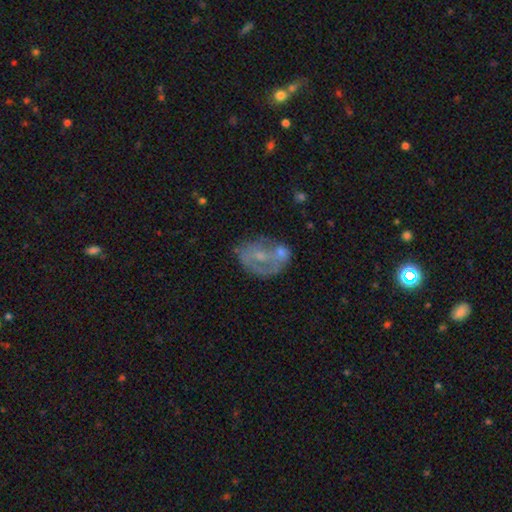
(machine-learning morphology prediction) smooth_or_featured: featured or disk (p=0.57) [alt: smooth p=0.35]
disk_edge_on: no (p=0.97) [alt: yes p=0.03]
bar: no (p=0.67) [alt: weak p=0.27]
has_spiral_arms: no (p=0.59) [alt: yes p=0.41]
bulge_size: small (p=0.43) [alt: moderate p=0.34]
merging: none (p=0.37) [alt: minor disturbance p=0.22]